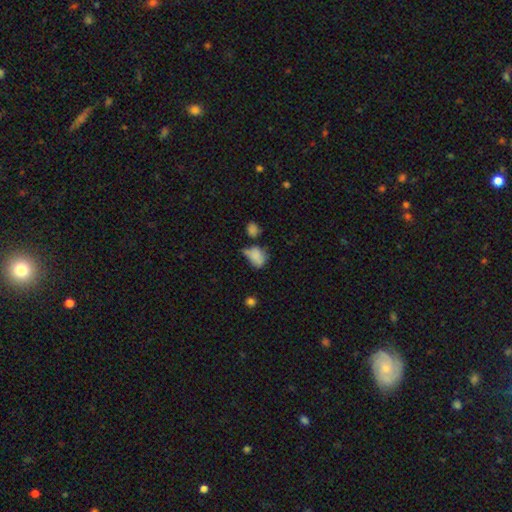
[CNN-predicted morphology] smooth-or-featured: smooth: 75% | featured or disk: 14% | star or artifact: 11%
  how-rounded: in between: 69% | round: 30% | cigar-shaped: 2%
  merging: minor disturbance: 29% (tied) | none: 29% (tied) | merger: 23% | major disturbance: 20%